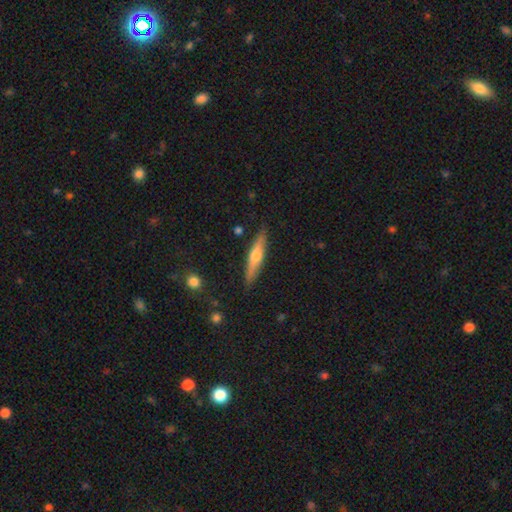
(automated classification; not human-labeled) The model was most divided on "smooth or featured": featured or disk: 53%, smooth: 41%, star or artifact: 6%. More confident: edge-on disk — yes (94%); merging — none (88%); edge-on bulge — rounded (87%).